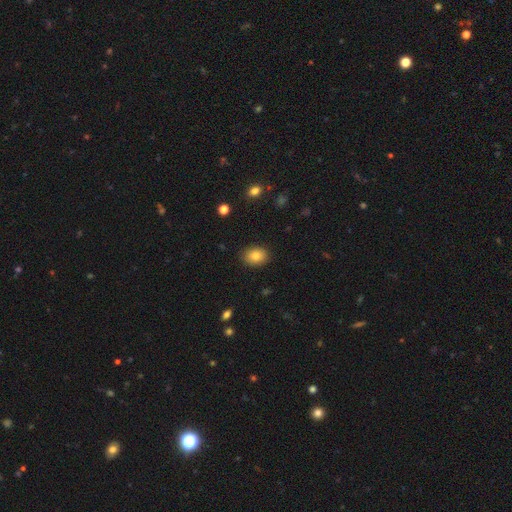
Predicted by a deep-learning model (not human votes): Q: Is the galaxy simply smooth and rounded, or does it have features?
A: smooth — 83%.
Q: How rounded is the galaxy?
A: in between — 61%.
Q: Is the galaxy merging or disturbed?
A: none — 88%.